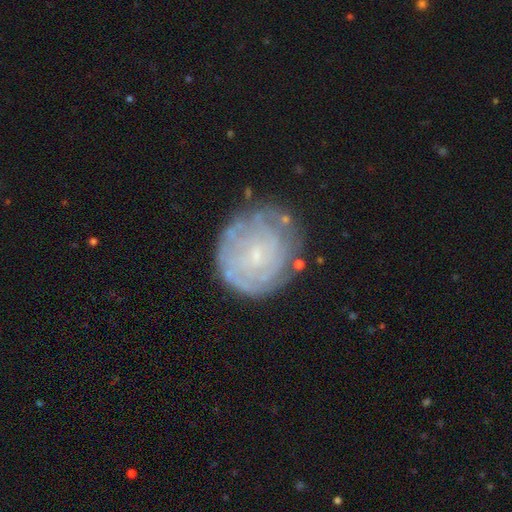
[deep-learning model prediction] Q: Smooth or featured?
A: featured or disk (64%); runner-up: smooth (27%)
Q: Edge-on disk?
A: no (97%); runner-up: yes (3%)
Q: Bar?
A: no (76%); runner-up: weak (20%)
Q: Spiral arms?
A: yes (70%); runner-up: no (30%)
Q: Bulge size?
A: small (78%); runner-up: moderate (11%)
Q: Merging?
A: none (74%); runner-up: minor disturbance (17%)